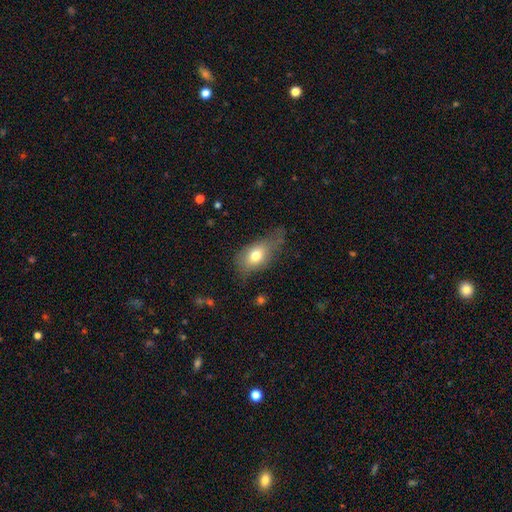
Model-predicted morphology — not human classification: Overall: smooth (72%). How rounded: in between (81%). Merging: none (42%; minor disturbance 36%).